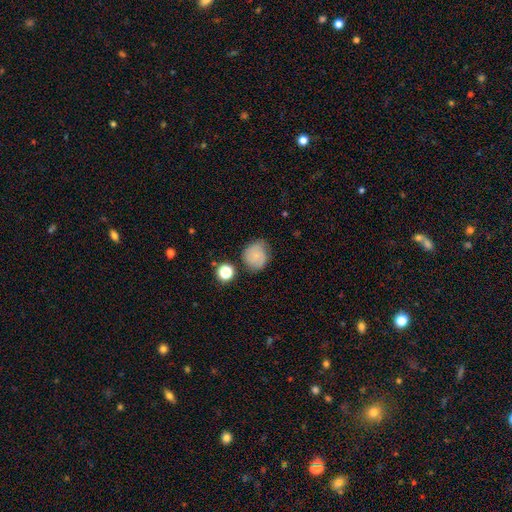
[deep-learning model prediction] Smooth or featured? smooth (60%)
How rounded? round (77%)
Merging? none (65%)